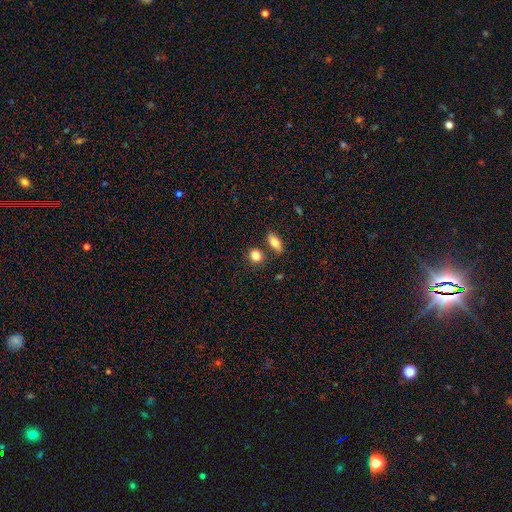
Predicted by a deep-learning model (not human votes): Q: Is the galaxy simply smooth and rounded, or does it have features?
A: smooth — 84%.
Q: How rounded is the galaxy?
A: round — 63%.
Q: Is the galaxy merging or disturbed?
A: none — 75%.